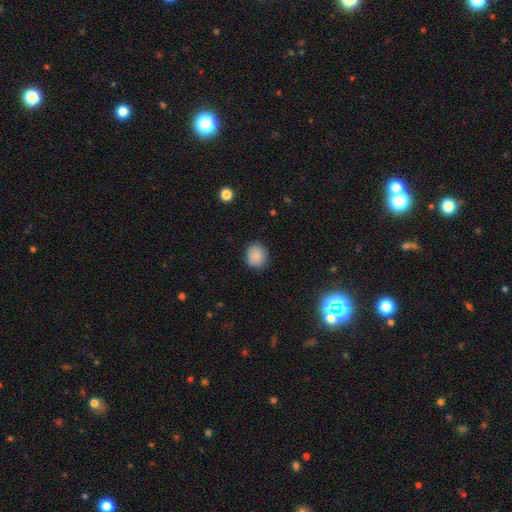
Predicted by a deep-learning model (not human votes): This is clearly a smooth galaxy (86%). How rounded: clearly round (82%). Merging: clearly none (87%).